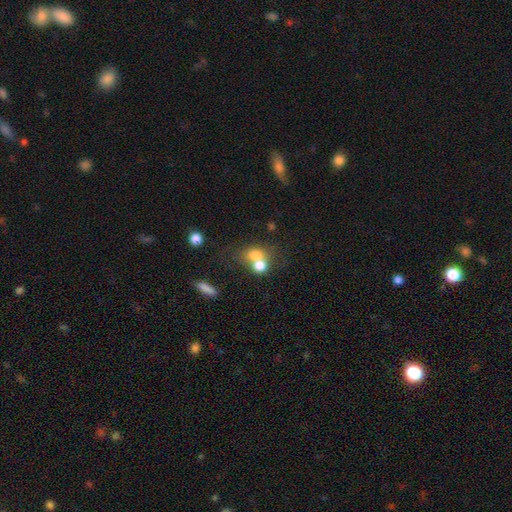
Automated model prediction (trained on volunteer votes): This is likely a smooth galaxy (70%). How rounded: possibly round (60%). Merging: likely merger (62%).